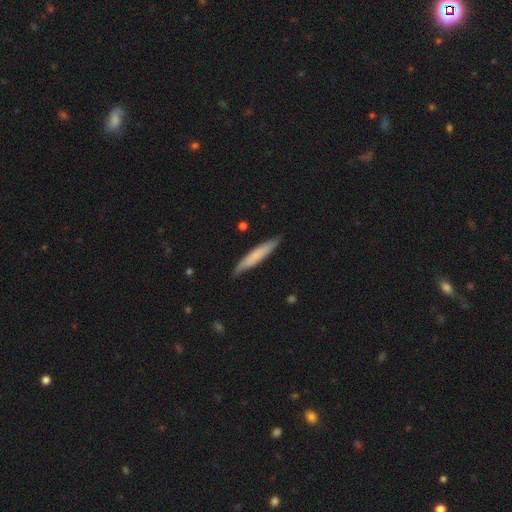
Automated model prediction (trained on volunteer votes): Smooth or featured? smooth (69%)
How rounded? cigar-shaped (92%)
Merging? none (85%)